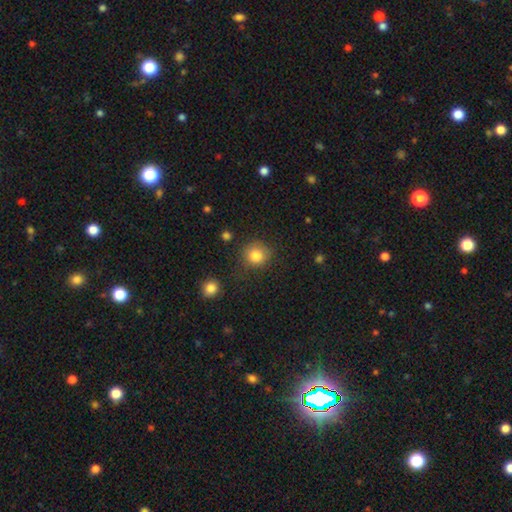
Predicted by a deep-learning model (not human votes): smooth_or_featured: smooth (p=0.83) [alt: star or artifact p=0.11]
how_rounded: round (p=0.89) [alt: in between p=0.10]
merging: none (p=0.78) [alt: minor disturbance p=0.14]